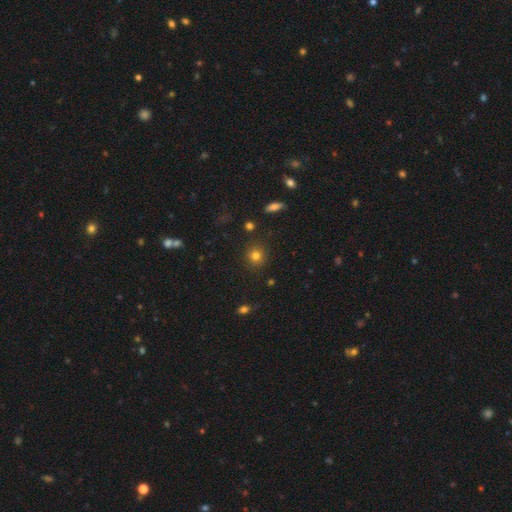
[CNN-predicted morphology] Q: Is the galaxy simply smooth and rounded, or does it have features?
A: smooth — 80%.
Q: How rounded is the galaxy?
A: round — 88%.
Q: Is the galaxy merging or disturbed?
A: none — 87%.